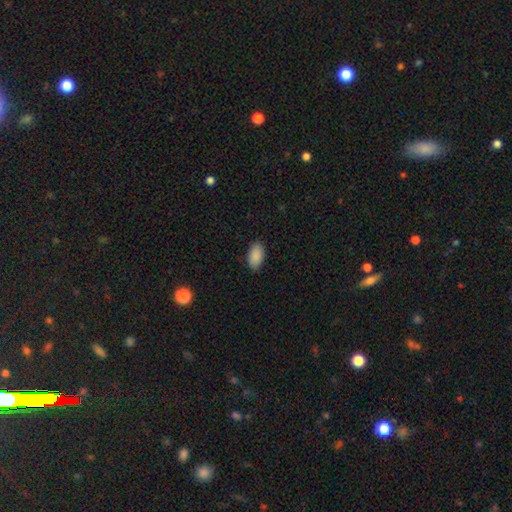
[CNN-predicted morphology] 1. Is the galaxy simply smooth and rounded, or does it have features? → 90% smooth, 7% star or artifact, 3% featured or disk.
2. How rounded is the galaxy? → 94% in between, 4% round, 2% cigar-shaped.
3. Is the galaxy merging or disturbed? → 88% none, 9% minor disturbance, 2% major disturbance, 1% merger.